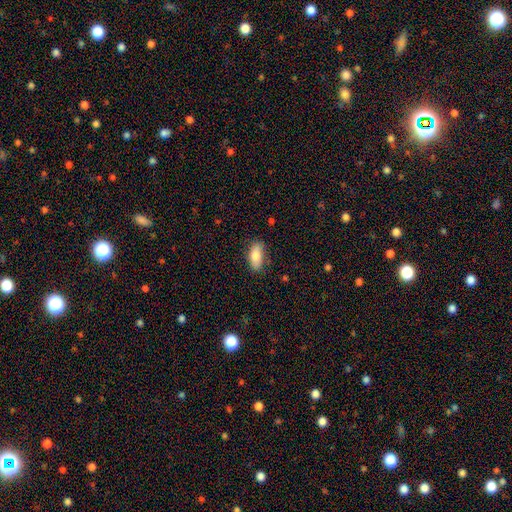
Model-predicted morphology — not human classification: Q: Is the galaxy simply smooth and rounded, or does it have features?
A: smooth — 79%.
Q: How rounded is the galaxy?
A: in between — 87%.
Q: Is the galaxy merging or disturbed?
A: none — 80%.